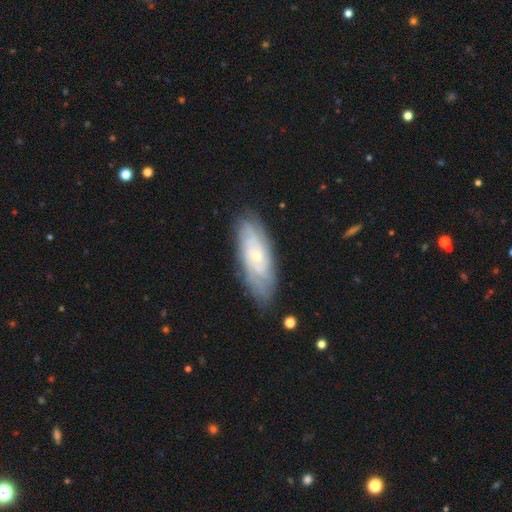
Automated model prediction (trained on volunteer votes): Smooth or featured? Predicted: featured or disk (p=0.73). Edge-on disk? Predicted: no (p=0.86). Bar? Predicted: no (p=0.77). Spiral arms? Predicted: yes (p=0.90). Spiral winding? Predicted: tight (p=0.71). Spiral arm count? Predicted: can't tell (p=0.55). Bulge size? Predicted: small (p=0.77). Merging? Predicted: none (p=0.80).